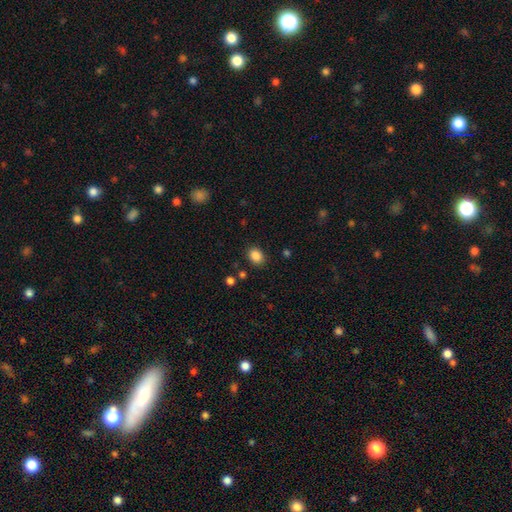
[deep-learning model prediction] This appears to be a smooth galaxy with no disk features (87%) that is in between round and cigar-shaped (55%). Merging: none (86%).